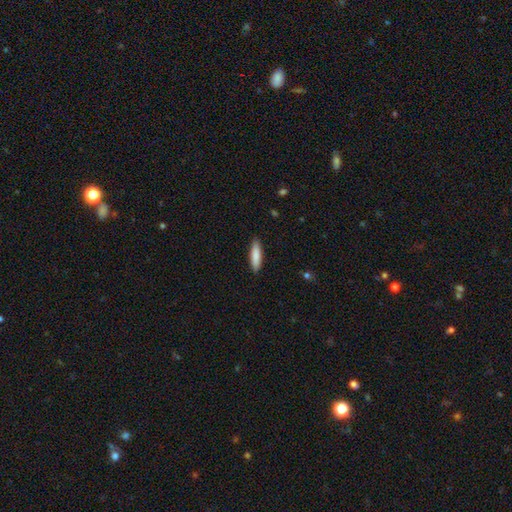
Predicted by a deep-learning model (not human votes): Smooth or featured? smooth (86%)
How rounded? cigar-shaped (74%)
Merging? none (89%)